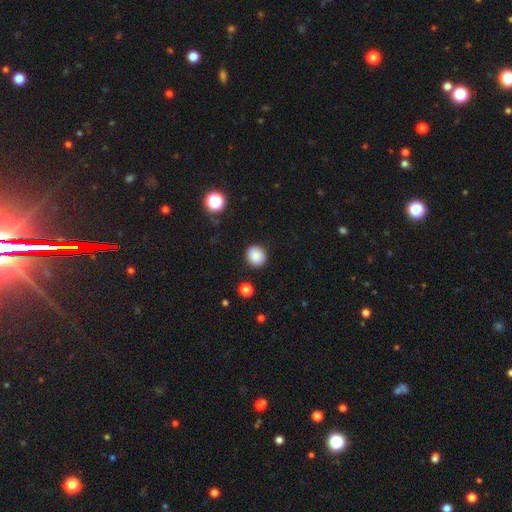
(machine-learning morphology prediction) type=smooth (86%); roundness=round (83%); merging=none (90%).